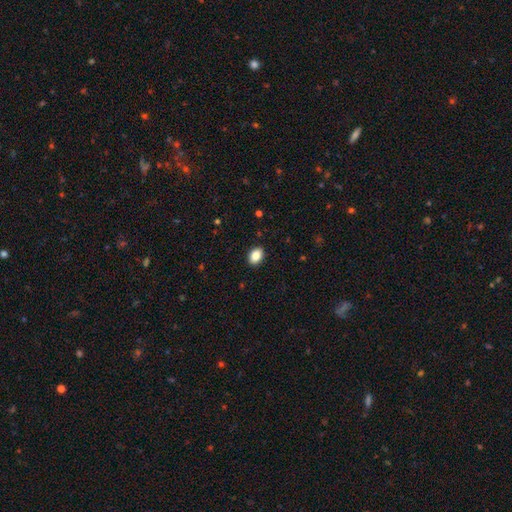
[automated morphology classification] This appears to be a smooth galaxy with no disk features (87%) that is in between round and cigar-shaped (81%). Merging: none (90%).